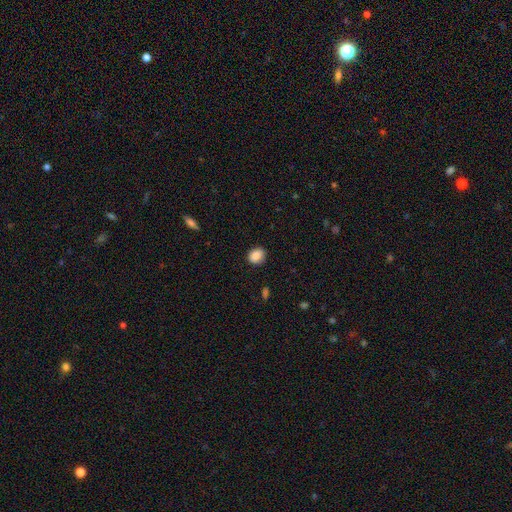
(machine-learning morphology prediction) Q: Smooth or featured?
A: smooth (86%); runner-up: star or artifact (8%)
Q: How rounded?
A: round (60%); runner-up: in between (39%)
Q: Merging?
A: none (81%); runner-up: minor disturbance (15%)